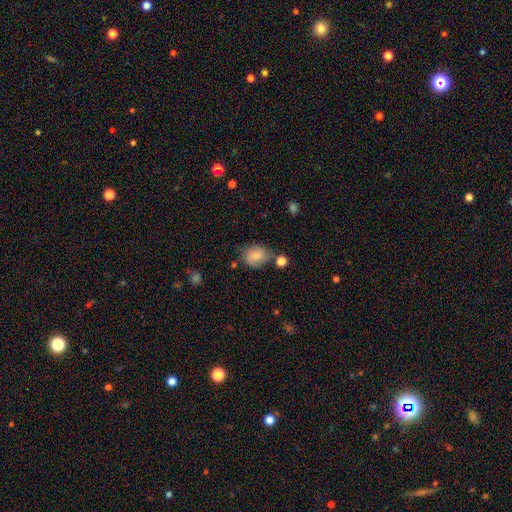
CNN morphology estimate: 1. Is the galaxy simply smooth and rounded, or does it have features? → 69% smooth, 22% featured or disk, 9% star or artifact.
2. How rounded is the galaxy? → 50% in between, 48% round, 1% cigar-shaped.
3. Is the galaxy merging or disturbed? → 55% none, 26% minor disturbance, 10% merger, 8% major disturbance.